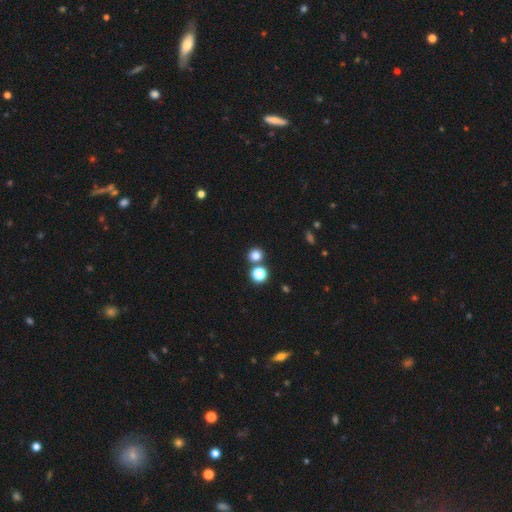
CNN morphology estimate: smooth-or-featured: smooth: 79% | star or artifact: 16% | featured or disk: 5%
  how-rounded: round: 90% | in between: 9% | cigar-shaped: 1%
  merging: none: 74% | merger: 17% | minor disturbance: 6% | major disturbance: 3%